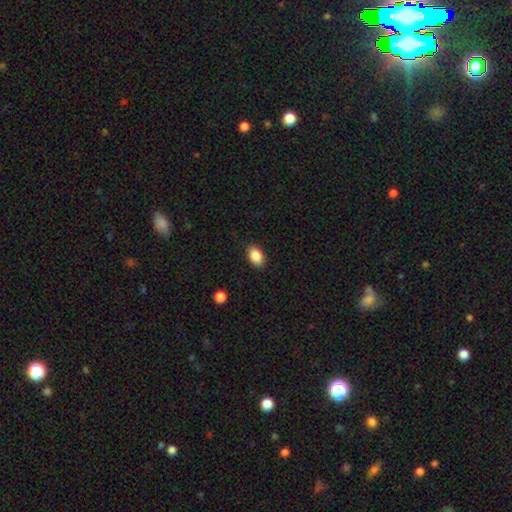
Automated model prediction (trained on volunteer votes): Smooth or featured? Predicted: smooth (p=0.88). How rounded? Predicted: in between (p=0.90). Merging? Predicted: none (p=0.88).